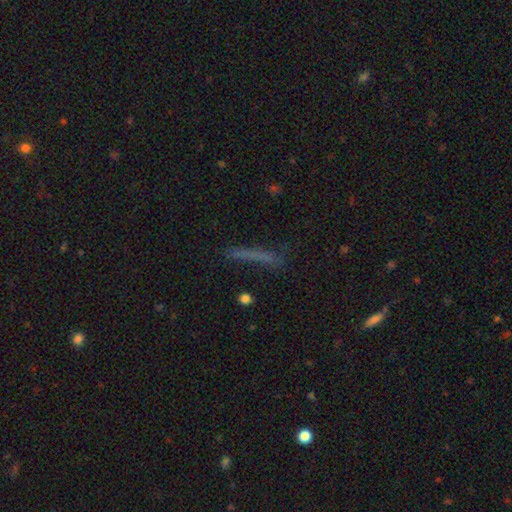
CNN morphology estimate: A smooth galaxy with no disk features (52%) that is cigar-shaped (90%).

Vote fractions:
- Smooth or featured? smooth: 52% / featured or disk: 29% / star or artifact: 20%
- How rounded? cigar-shaped: 90% / in between: 6% / round: 4%
- Merging? none: 79% / minor disturbance: 13% / major disturbance: 5% / merger: 3%